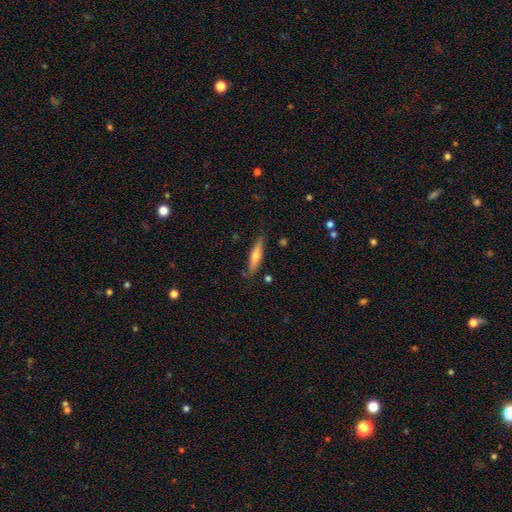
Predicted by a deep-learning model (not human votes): Smooth or featured: smooth — 50% (featured or disk — 44%)
Merging: none — 83% (minor disturbance — 12%)